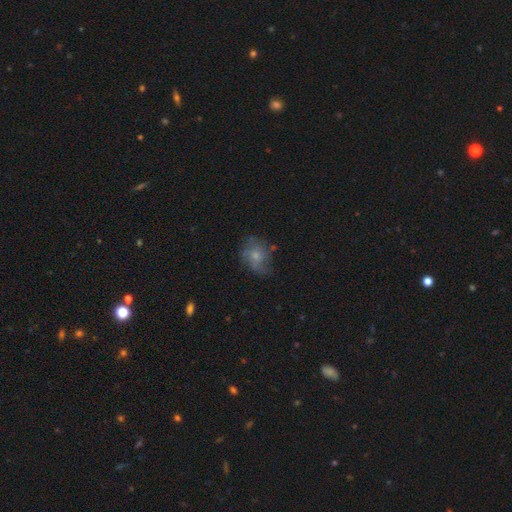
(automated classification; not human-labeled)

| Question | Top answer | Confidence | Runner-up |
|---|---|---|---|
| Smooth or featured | featured or disk | 47% | smooth (42%) |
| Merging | none | 54% | minor disturbance (26%) |